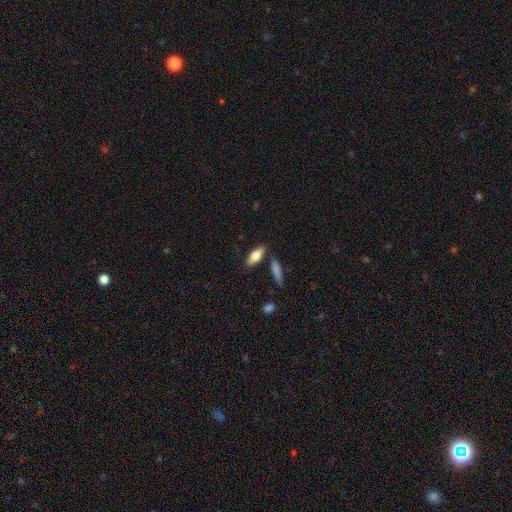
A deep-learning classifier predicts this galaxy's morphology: Overall: smooth (77%). How rounded: in between (74%). Merging: none (79%).